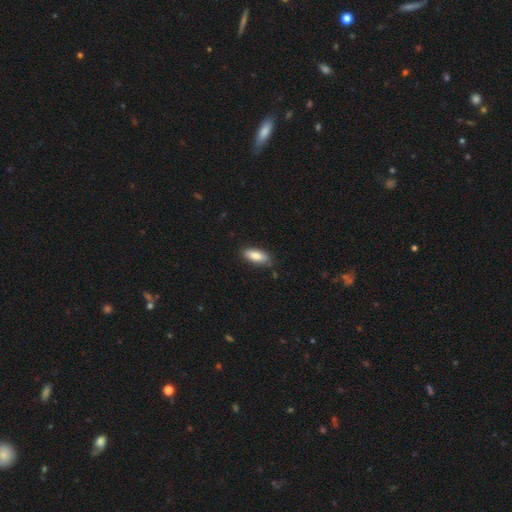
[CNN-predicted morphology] Smooth or featured? smooth (85%)
How rounded? in between (79%)
Merging? none (80%)